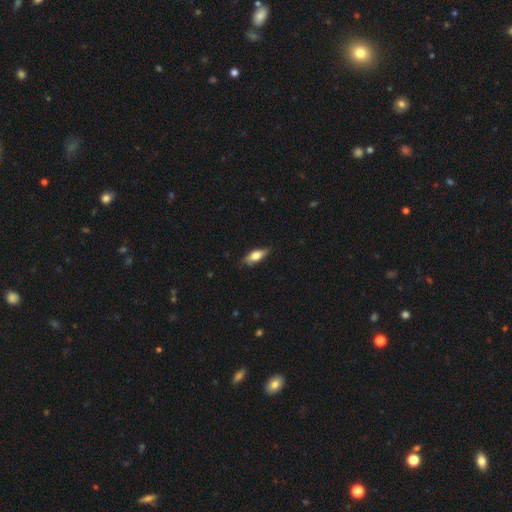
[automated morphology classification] A smooth galaxy with no disk features (69%) that is in between round and cigar-shaped (72%).

Vote fractions:
- Smooth or featured? smooth: 69% / featured or disk: 25% / star or artifact: 6%
- How rounded? in between: 72% / cigar-shaped: 25% / round: 3%
- Merging? none: 80% / minor disturbance: 16% / major disturbance: 2% / merger: 1%